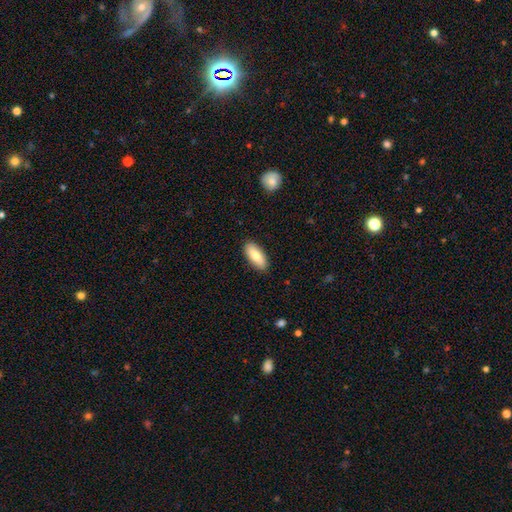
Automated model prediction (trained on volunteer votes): The model was most divided on "smooth or featured": smooth: 78%, featured or disk: 16%, star or artifact: 6%. More confident: merging — none (89%); how rounded — in between (80%).